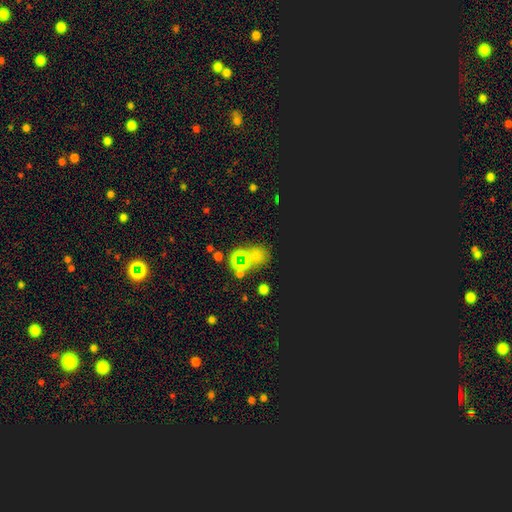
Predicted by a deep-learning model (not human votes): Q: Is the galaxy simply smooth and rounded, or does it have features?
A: star or artifact — 56%.